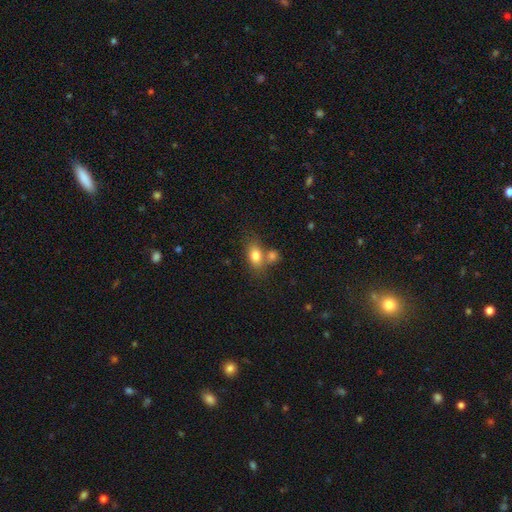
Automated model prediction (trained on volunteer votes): Smooth or featured: smooth — 79% (featured or disk — 12%)
How rounded: in between — 80% (round — 17%)
Merging: none — 48% (merger — 35%)